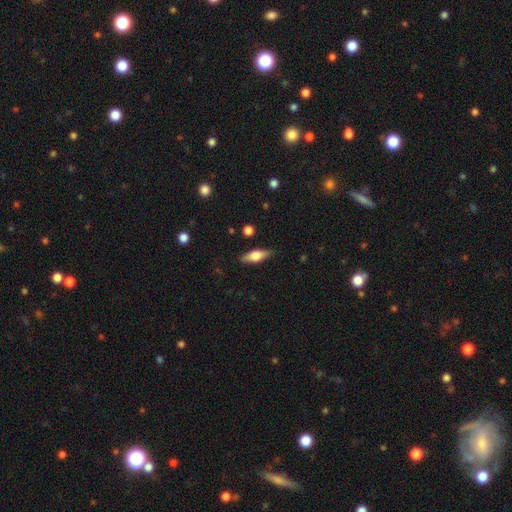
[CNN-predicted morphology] smooth-or-featured: smooth: 54% | featured or disk: 39% | star or artifact: 7%
  how-rounded: in between: 59% | cigar-shaped: 37% | round: 4%
  merging: none: 85% | minor disturbance: 12% | major disturbance: 3% | merger: 1%